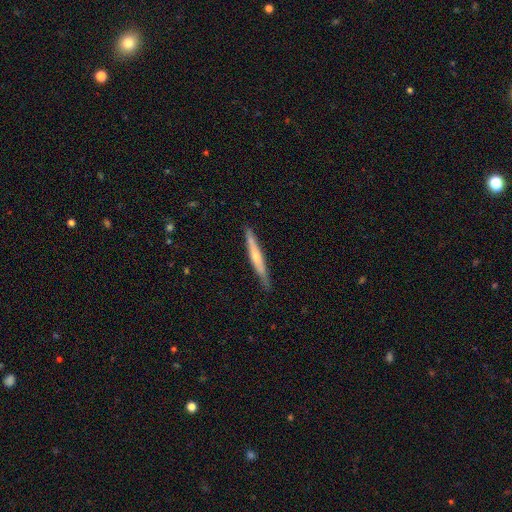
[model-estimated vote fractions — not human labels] Morphology: type=featured or disk (56%); edge-on=yes (95%); edge-on bulge=rounded (61%); merging=none (86%).